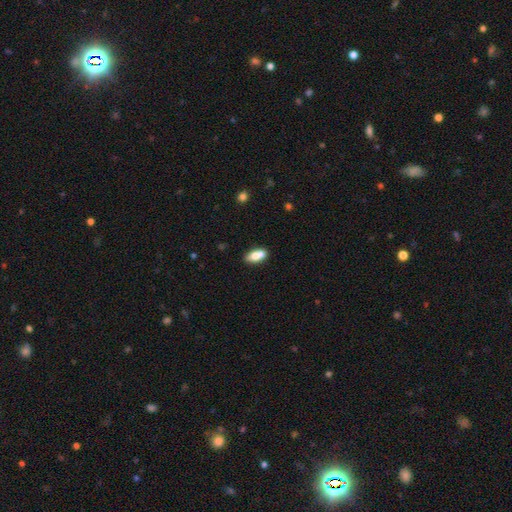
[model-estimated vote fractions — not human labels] Smooth or featured?
  - smooth: 74% *
  - featured or disk: 18%
  - star or artifact: 8%
How rounded?
  - in between: 85% *
  - cigar-shaped: 10%
  - round: 6%
Merging?
  - none: 49% *
  - merger: 35%
  - minor disturbance: 12%
  - major disturbance: 4%